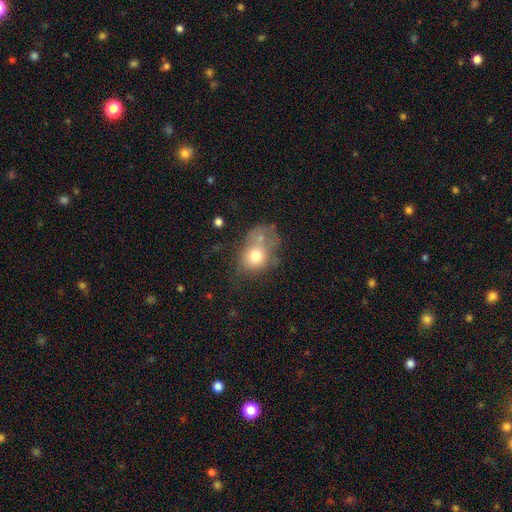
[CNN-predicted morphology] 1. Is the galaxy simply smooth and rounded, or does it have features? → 68% smooth, 21% featured or disk, 11% star or artifact.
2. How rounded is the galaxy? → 49% round (tied), 49% in between (tied), 1% cigar-shaped.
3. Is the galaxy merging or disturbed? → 31% merger, 24% none, 24% major disturbance, 21% minor disturbance.